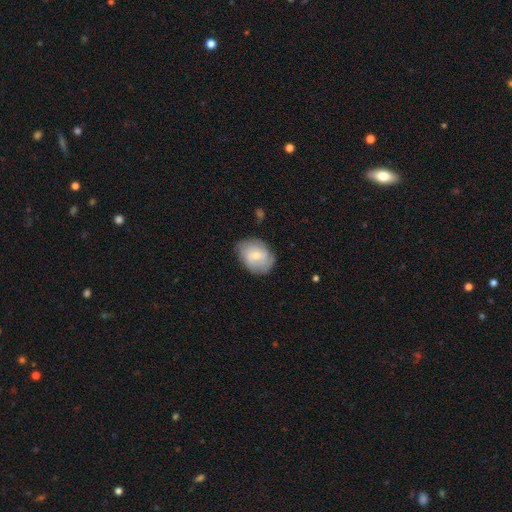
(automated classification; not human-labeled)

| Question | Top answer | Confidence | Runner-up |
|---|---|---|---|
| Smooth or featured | featured or disk | 50% | smooth (43%) |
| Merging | none | 72% | minor disturbance (22%) |